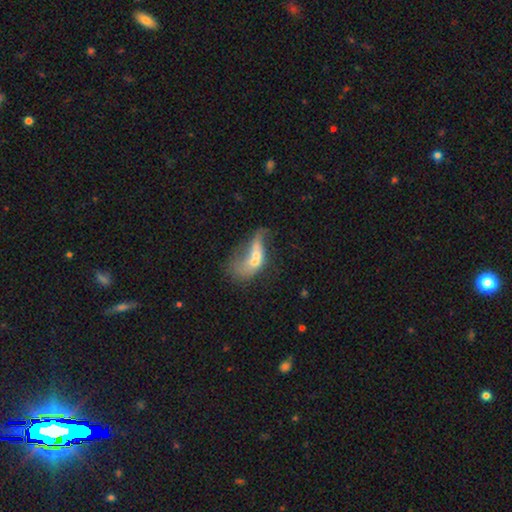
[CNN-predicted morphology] smooth-or-featured: featured or disk: 46% | smooth: 44% | star or artifact: 9%
  merging: merger: 60% | major disturbance: 21% | none: 11% | minor disturbance: 8%